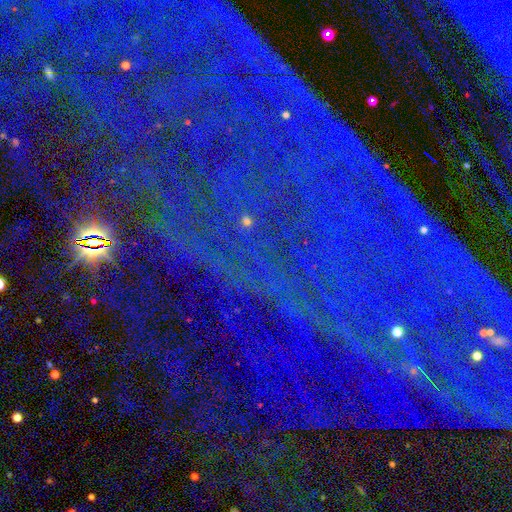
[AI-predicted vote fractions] The model was most divided on "smooth or featured": star or artifact: 87%, featured or disk: 7%, smooth: 6%.